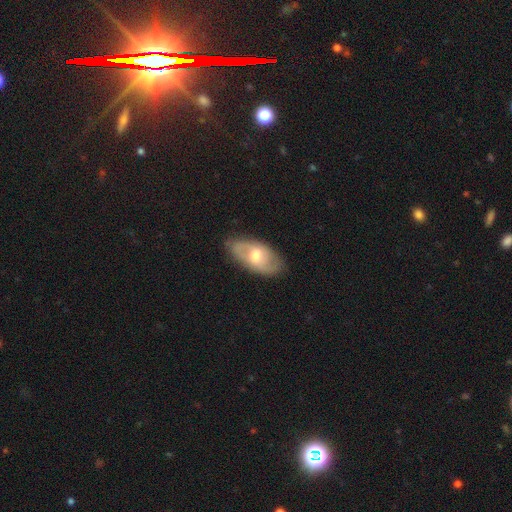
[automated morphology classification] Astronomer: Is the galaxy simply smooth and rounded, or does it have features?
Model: featured or disk — 50% (runner-up: smooth, 44%).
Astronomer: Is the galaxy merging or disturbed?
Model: none — 80%.